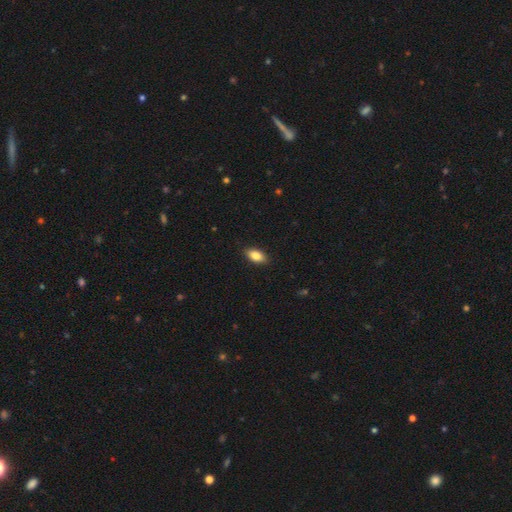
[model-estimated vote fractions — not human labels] Q: Smooth or featured?
A: smooth (83%); runner-up: featured or disk (9%)
Q: How rounded?
A: in between (90%); runner-up: round (5%)
Q: Merging?
A: none (88%); runner-up: minor disturbance (9%)